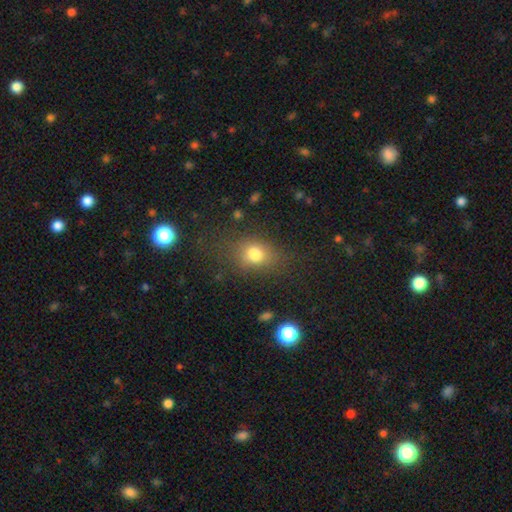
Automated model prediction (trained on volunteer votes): smooth 77%, star or artifact 14%, featured or disk 10%. Down the decision tree: how rounded — in between (62%); merging — none (67%).